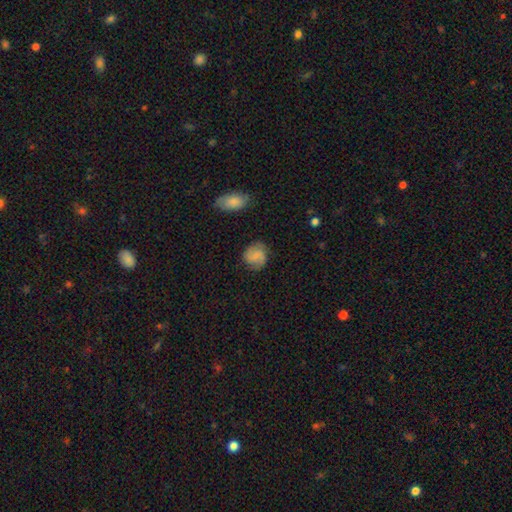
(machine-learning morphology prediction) type=smooth (47%); merging=none (77%).